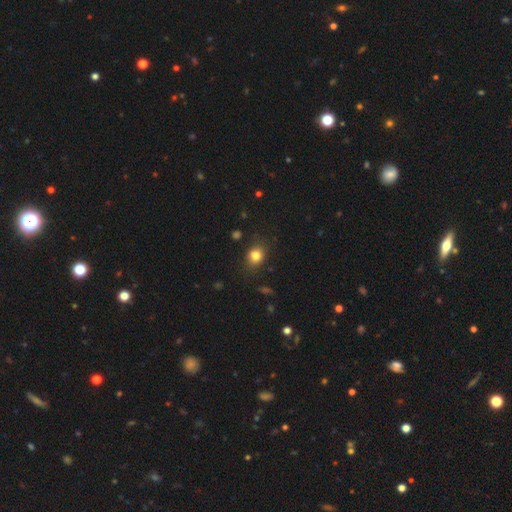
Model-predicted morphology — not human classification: The model was most divided on "how rounded": round: 55%, in between: 43%, cigar-shaped: 1%. More confident: smooth or featured — smooth (81%); merging — none (78%).